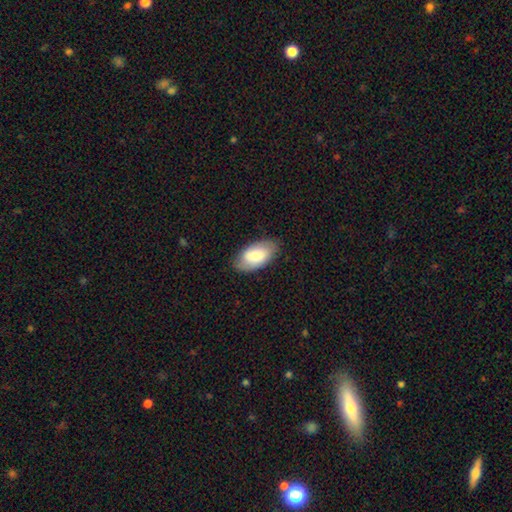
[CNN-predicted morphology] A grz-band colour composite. It shows a smooth galaxy with no disk features (72%) that is in between round and cigar-shaped (95%). Merging: none (82%).